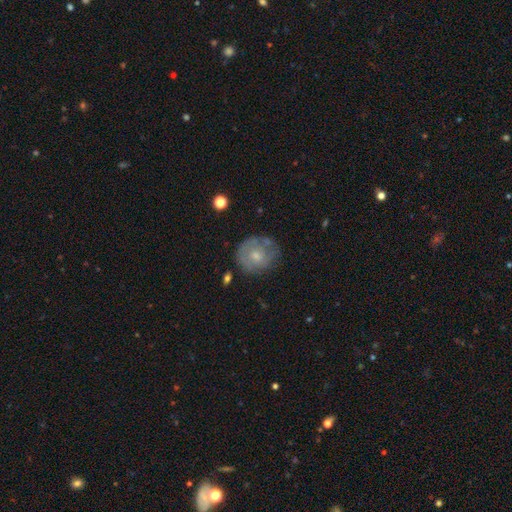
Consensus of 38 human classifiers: A featured or disk galaxy (71%) with no bar (58%), 2 (50%) tight (80%) spiral arms (77%) and a small central bulge (62%). Merging: none (66%).